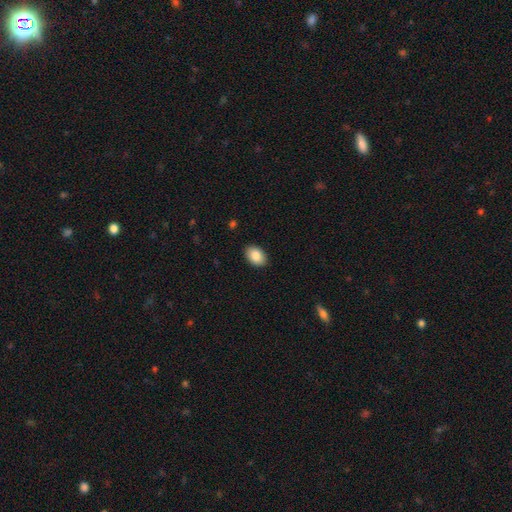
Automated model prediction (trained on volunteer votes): Smooth or featured? smooth (86%)
How rounded? in between (86%)
Merging? none (90%)